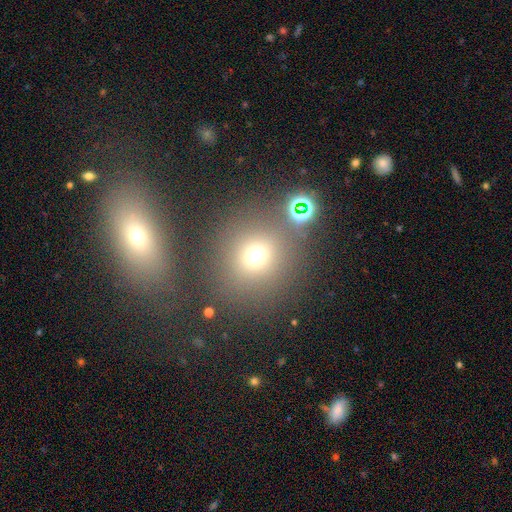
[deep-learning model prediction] smooth 67%, star or artifact 22%, featured or disk 11%. Down the decision tree: how rounded — round (88%); merging — none (73%).